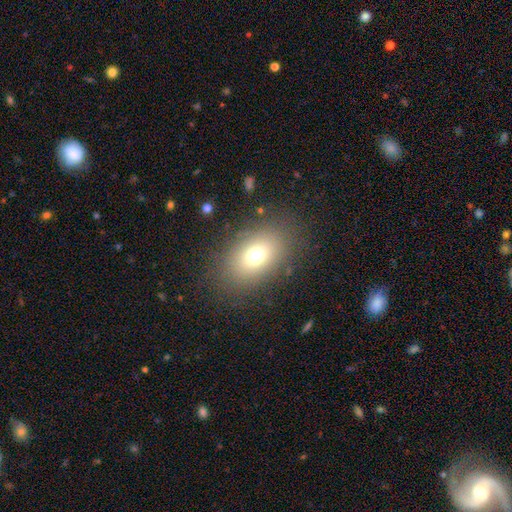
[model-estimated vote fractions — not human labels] A smooth galaxy with no disk features (70%) that is in between round and cigar-shaped (75%).

Vote fractions:
- Smooth or featured? smooth: 70% / star or artifact: 15% / featured or disk: 15%
- How rounded? in between: 75% / round: 23% / cigar-shaped: 1%
- Merging? none: 82% / minor disturbance: 10% / major disturbance: 7% / merger: 1%